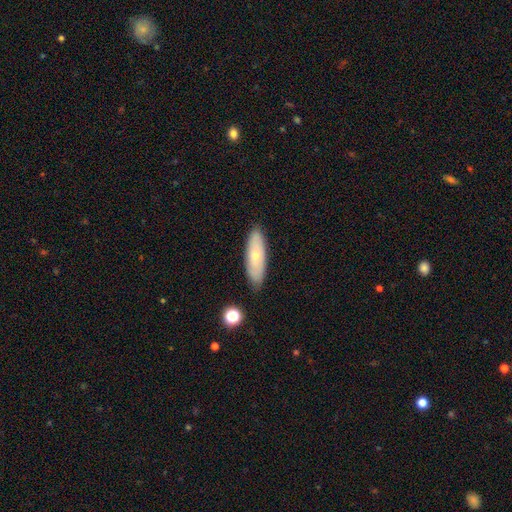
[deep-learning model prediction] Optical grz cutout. It shows a smooth galaxy with no disk features (54%) that is in between round and cigar-shaped (52%). Merging: none (84%).